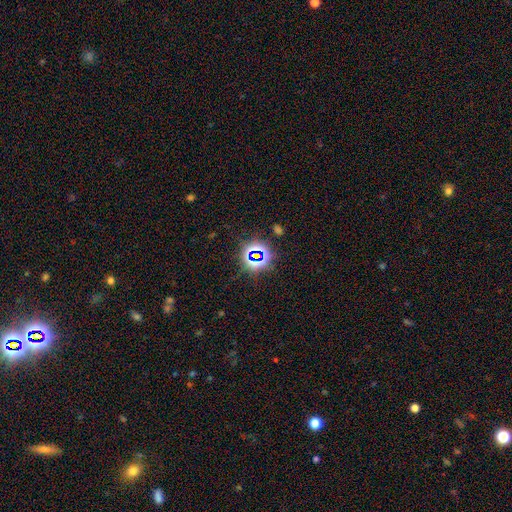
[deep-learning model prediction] smooth_or_featured: star or artifact (p=0.73) [alt: smooth p=0.18]